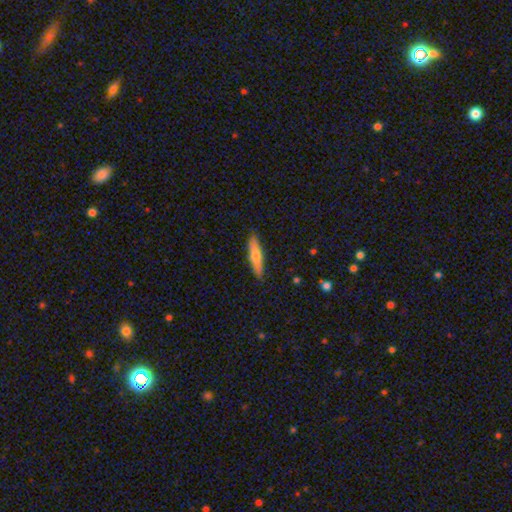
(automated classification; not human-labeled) The model was most divided on "smooth or featured": smooth: 65%, featured or disk: 29%, star or artifact: 6%. More confident: merging — none (86%); how rounded — cigar-shaped (67%).